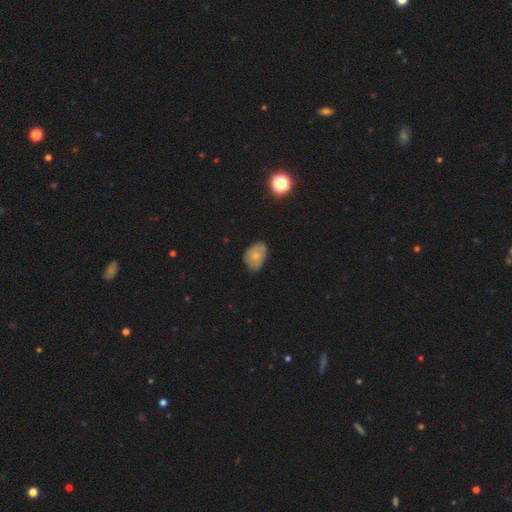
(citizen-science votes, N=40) Morphology: type=smooth (68%); roundness=in between (89%); merging=minor disturbance (64%).